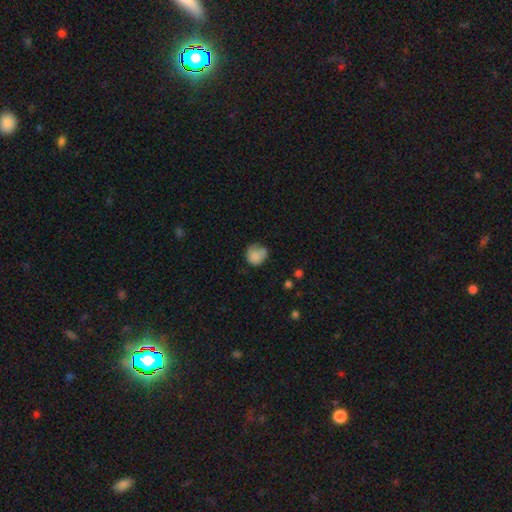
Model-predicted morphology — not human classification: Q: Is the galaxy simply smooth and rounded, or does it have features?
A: smooth — 80%.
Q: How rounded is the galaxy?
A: round — 75%.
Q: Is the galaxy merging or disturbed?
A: none — 48%.